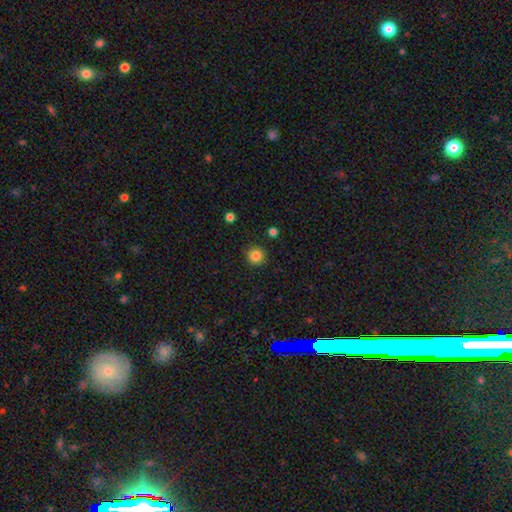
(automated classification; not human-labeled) Overall: smooth (84%). How rounded: round (95%). Merging: none (92%).